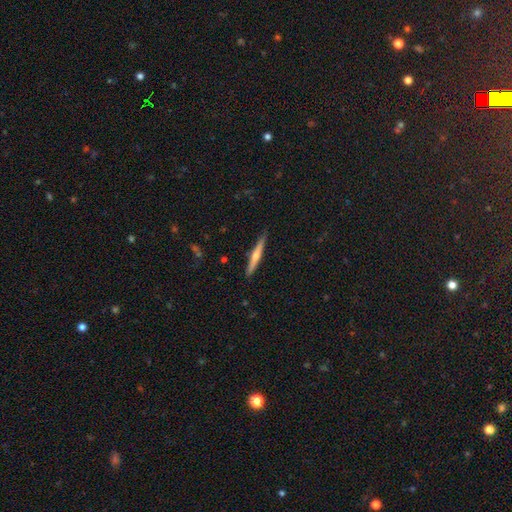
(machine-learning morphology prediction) This appears to be a featured or disk galaxy (55%) viewed edge-on (97%) with a rounded central bulge (78%). Merging: none (87%).